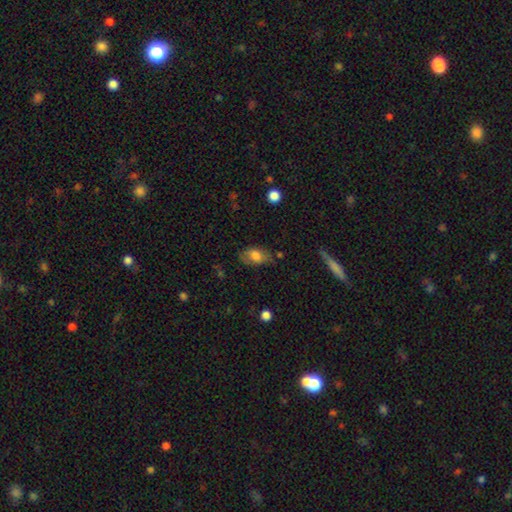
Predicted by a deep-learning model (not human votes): Morphology: type=smooth (70%); roundness=in between (88%); merging=none (62%).